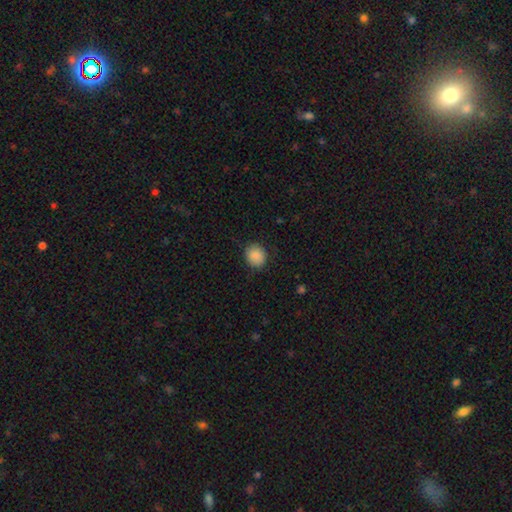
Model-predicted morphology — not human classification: Smooth or featured? Predicted: smooth (p=0.88). How rounded? Predicted: round (p=0.74). Merging? Predicted: none (p=0.84).